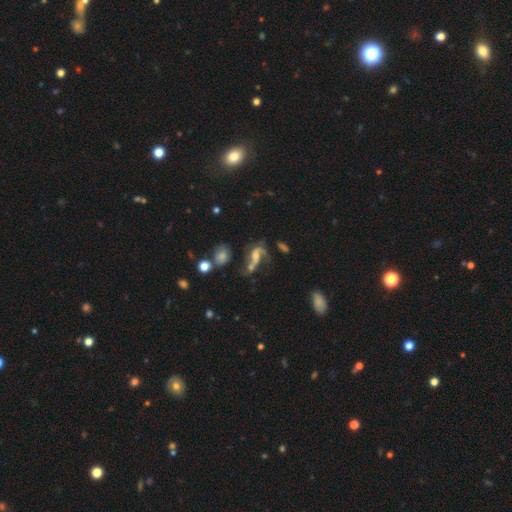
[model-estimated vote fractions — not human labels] This appears to be a featured or disk galaxy (70%) with no bar (43%), 2 (71%) loose (70%) spiral arms (86%) and a small central bulge (36%, tied with moderate). Merging: none (32%).